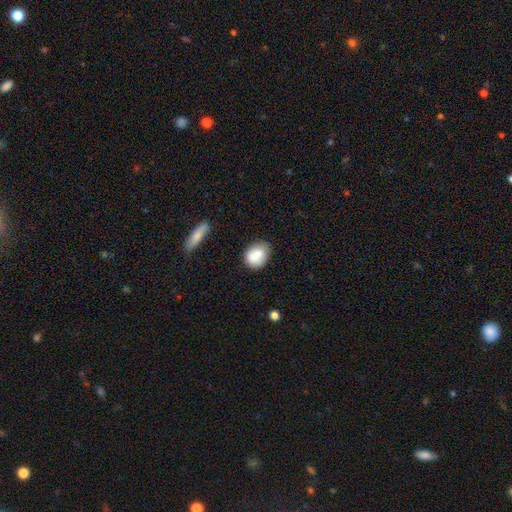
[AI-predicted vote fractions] Smooth or featured: smooth — 84% (featured or disk — 9%)
How rounded: in between — 62% (round — 36%)
Merging: none — 69% (minor disturbance — 23%)